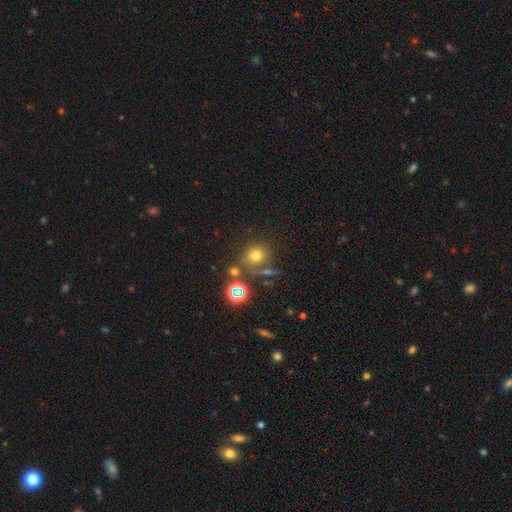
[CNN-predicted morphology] This appears to be a smooth galaxy with no disk features (66%) that is round (79%). Merging: none (69%).